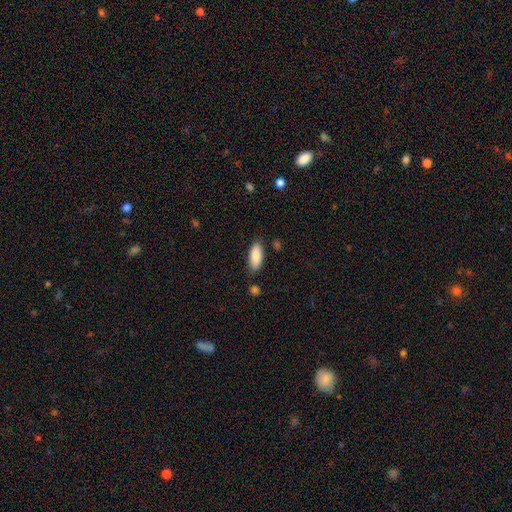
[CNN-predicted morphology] smooth 86%, featured or disk 7%, star or artifact 6%. Down the decision tree: how rounded — in between (82%); merging — none (81%).